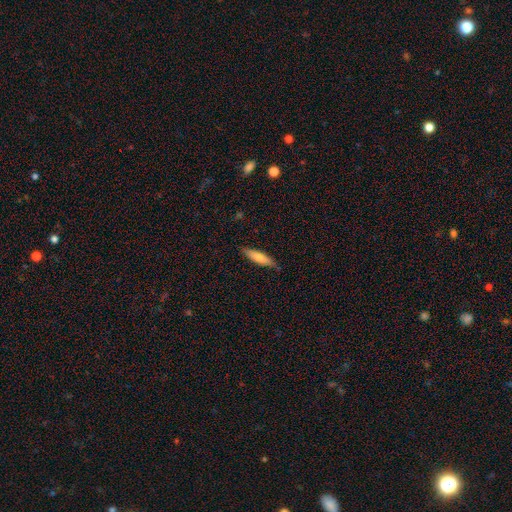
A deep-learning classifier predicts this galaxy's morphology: smooth_or_featured: smooth (p=0.67) [alt: featured or disk p=0.27]
how_rounded: cigar-shaped (p=0.81) [alt: in between p=0.17]
merging: none (p=0.85) [alt: minor disturbance p=0.12]